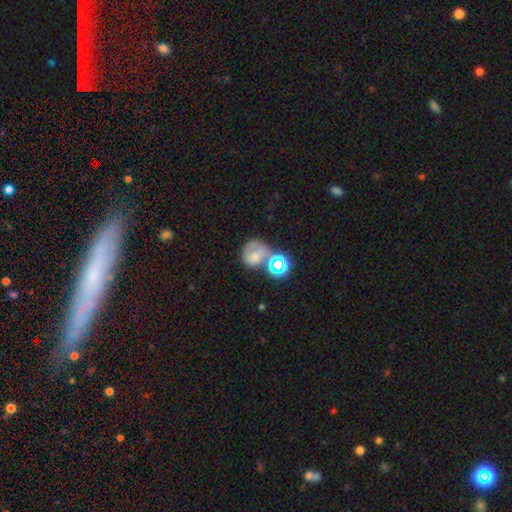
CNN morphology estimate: Smooth or featured?
  - smooth: 45% *
  - featured or disk: 32%
  - star or artifact: 23%
Merging?
  - none: 34% *
  - merger: 28%
  - major disturbance: 20%
  - minor disturbance: 18%